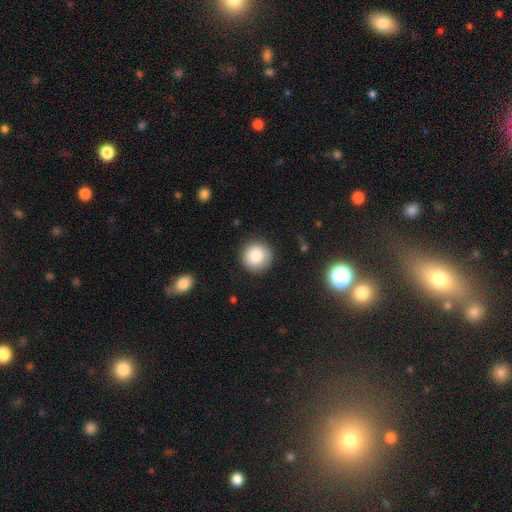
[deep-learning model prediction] This appears to be a smooth galaxy with no disk features (86%) that is round (95%). Merging: none (88%).